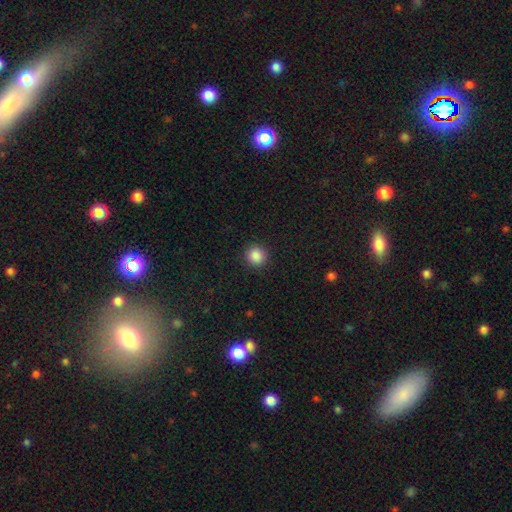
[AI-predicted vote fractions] A smooth galaxy with no disk features (87%) that is round (93%).

Vote fractions:
- Smooth or featured? smooth: 87% / star or artifact: 10% / featured or disk: 3%
- How rounded? round: 93% / in between: 6% / cigar-shaped: 1%
- Merging? none: 91% / minor disturbance: 6% / major disturbance: 2% / merger: 1%